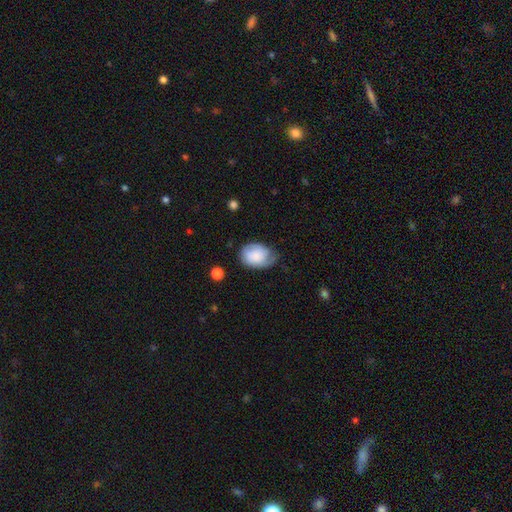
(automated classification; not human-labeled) The model was most divided on "merging": none: 46%, minor disturbance: 38%, major disturbance: 14%, merger: 2%. More confident: how rounded — in between (75%); smooth or featured — smooth (69%).